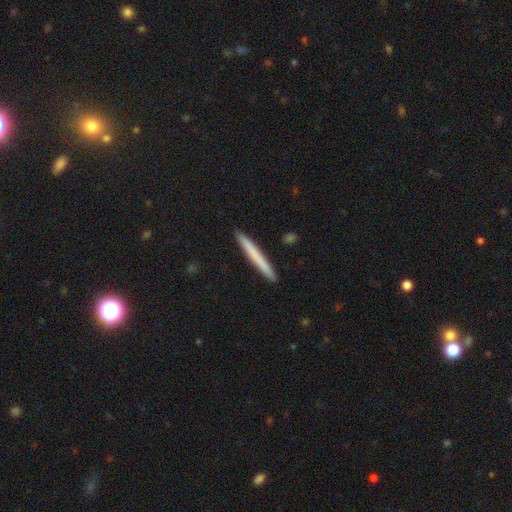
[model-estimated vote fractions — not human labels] This appears to be a smooth galaxy with no disk features (68%) that is cigar-shaped (97%). Merging: none (93%).